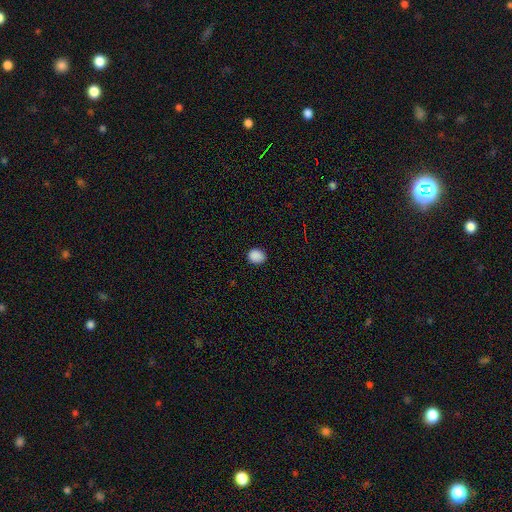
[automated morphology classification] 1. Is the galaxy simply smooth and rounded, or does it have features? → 87% smooth, 10% star or artifact, 3% featured or disk.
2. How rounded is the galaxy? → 64% round, 35% in between, 1% cigar-shaped.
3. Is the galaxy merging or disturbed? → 86% none, 10% minor disturbance, 2% major disturbance, 1% merger.